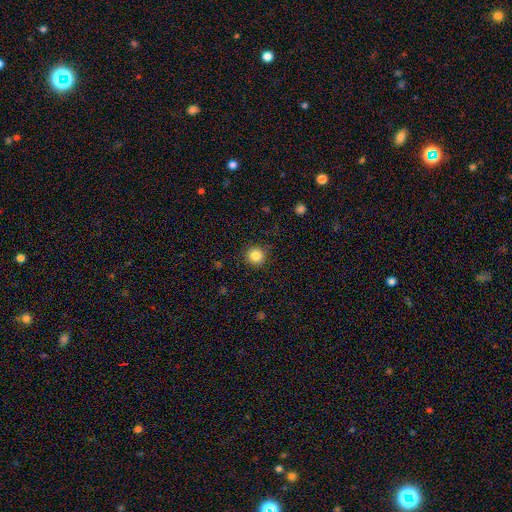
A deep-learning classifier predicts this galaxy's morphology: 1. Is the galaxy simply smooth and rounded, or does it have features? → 85% smooth, 10% star or artifact, 5% featured or disk.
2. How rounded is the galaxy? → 94% round, 5% in between, 1% cigar-shaped.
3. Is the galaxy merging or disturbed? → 89% none, 7% minor disturbance, 2% major disturbance, 1% merger.